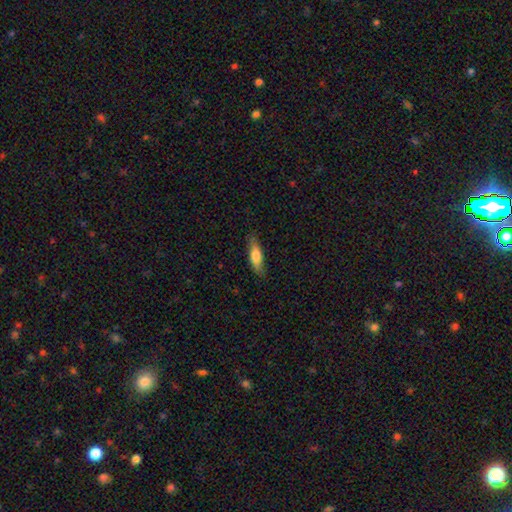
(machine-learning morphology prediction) type=smooth (73%); roundness=cigar-shaped (54%); merging=none (82%).